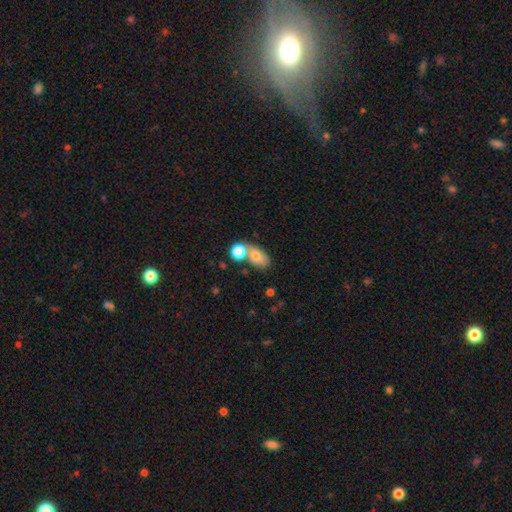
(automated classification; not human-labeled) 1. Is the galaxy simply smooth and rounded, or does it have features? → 75% smooth, 16% featured or disk, 9% star or artifact.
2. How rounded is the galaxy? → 79% in between, 18% round, 3% cigar-shaped.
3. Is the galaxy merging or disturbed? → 52% merger, 31% none, 11% minor disturbance, 6% major disturbance.